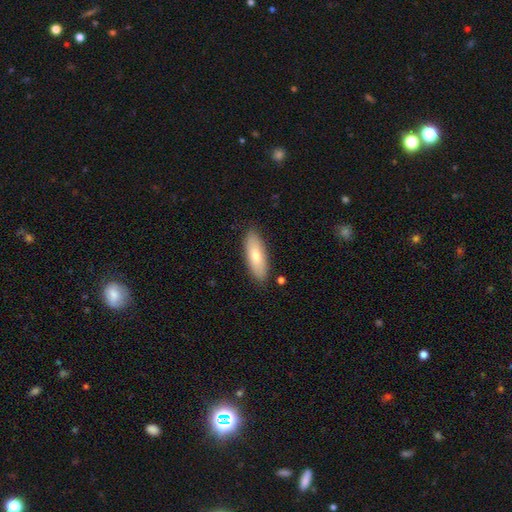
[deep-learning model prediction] Q: Smooth or featured?
A: smooth (75%); runner-up: featured or disk (19%)
Q: How rounded?
A: in between (69%); runner-up: cigar-shaped (29%)
Q: Merging?
A: none (85%); runner-up: minor disturbance (11%)